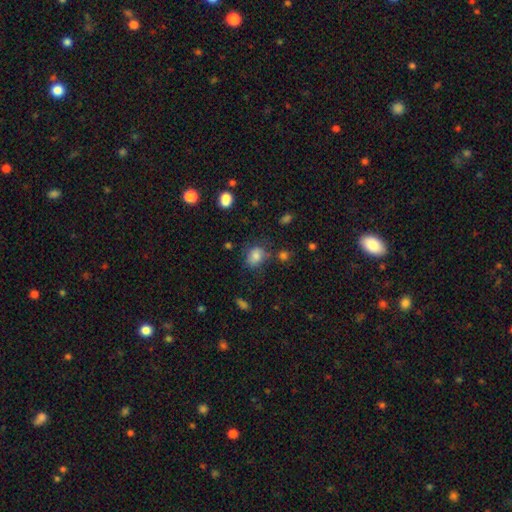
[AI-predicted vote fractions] Smooth or featured: smooth — 77% (star or artifact — 12%)
How rounded: in between — 53% (round — 46%)
Merging: none — 58% (minor disturbance — 25%)